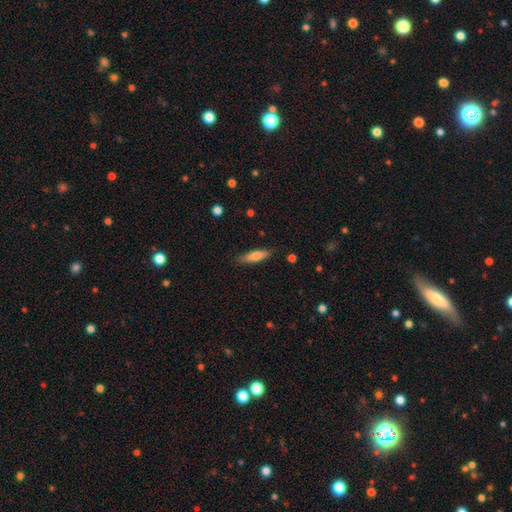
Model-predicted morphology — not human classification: This appears to be a smooth galaxy with no disk features (67%) that is cigar-shaped (68%). Merging: none (84%).